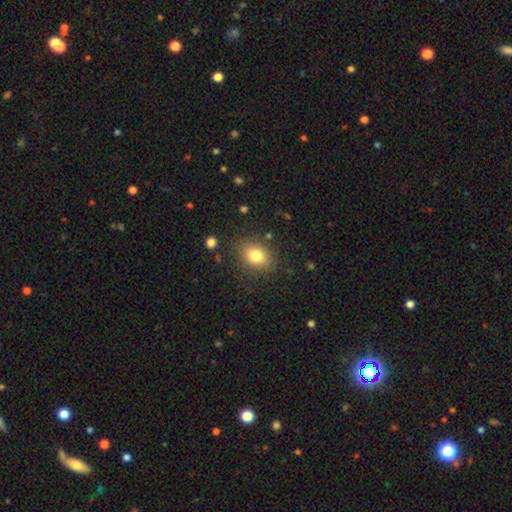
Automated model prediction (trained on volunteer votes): smooth_or_featured: smooth (p=0.80) [alt: star or artifact p=0.11]
how_rounded: in between (p=0.60) [alt: round p=0.39]
merging: none (p=0.84) [alt: minor disturbance p=0.11]